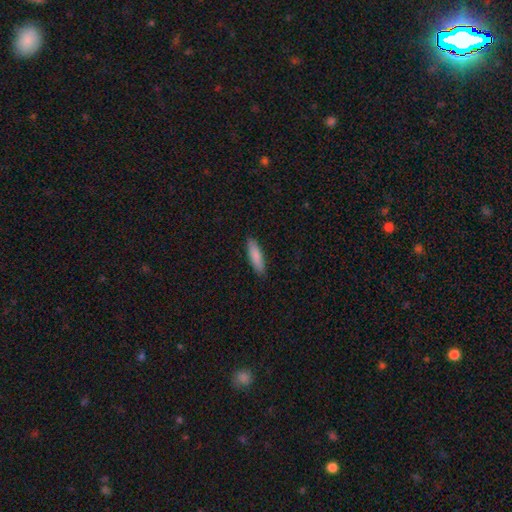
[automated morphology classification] Smooth or featured? smooth (85%)
How rounded? cigar-shaped (65%)
Merging? none (88%)